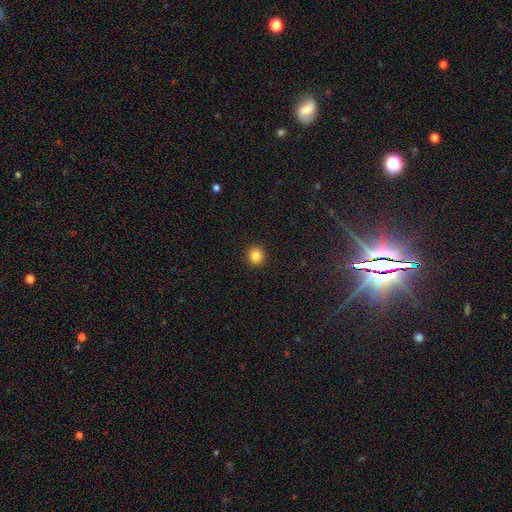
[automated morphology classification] A smooth galaxy with no disk features (85%) that is round (92%). Merging: none (93%).